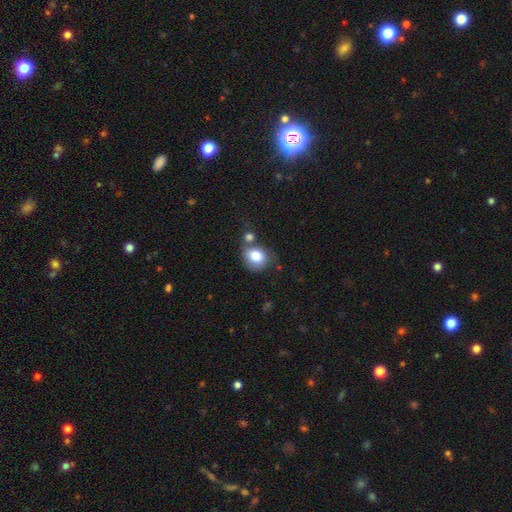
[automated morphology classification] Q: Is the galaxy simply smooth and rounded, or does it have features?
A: smooth — 80%.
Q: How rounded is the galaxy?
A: round — 56%.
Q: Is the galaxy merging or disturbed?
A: none — 47%.